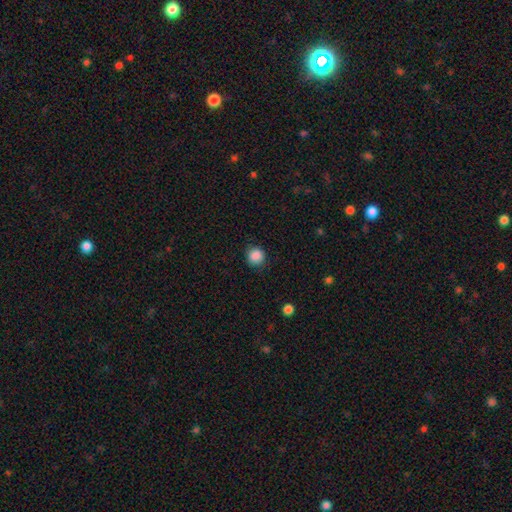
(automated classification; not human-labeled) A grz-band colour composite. It shows a smooth galaxy with no disk features (88%) that is round (91%). Merging: none (87%).